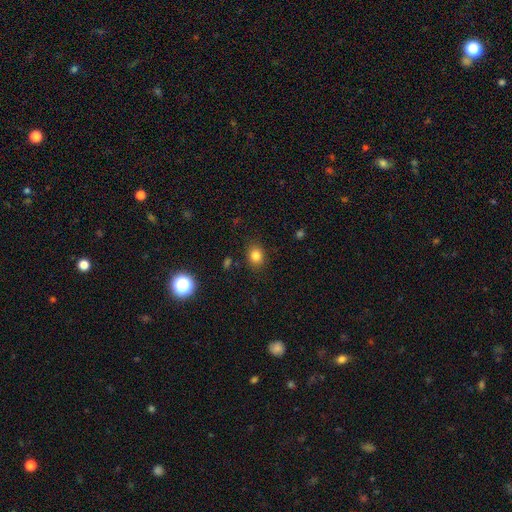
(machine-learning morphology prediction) A smooth galaxy with no disk features (82%) that is round (61%). Merging: none (87%).